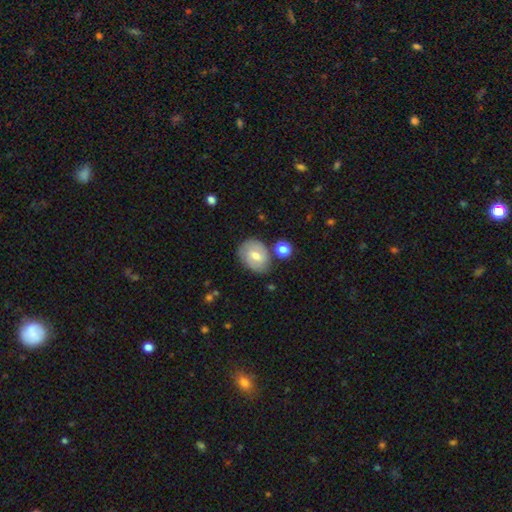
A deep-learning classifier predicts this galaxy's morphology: Smooth or featured?
  - featured or disk: 49% *
  - smooth: 43%
  - star or artifact: 8%
Merging?
  - none: 70% *
  - minor disturbance: 18%
  - merger: 8%
  - major disturbance: 5%